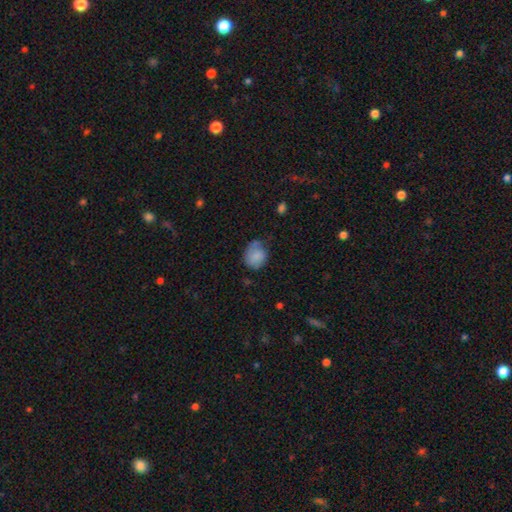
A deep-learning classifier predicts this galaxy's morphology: smooth 79%, featured or disk 13%, star or artifact 8%. Down the decision tree: how rounded — round (62%); merging — none (51%).